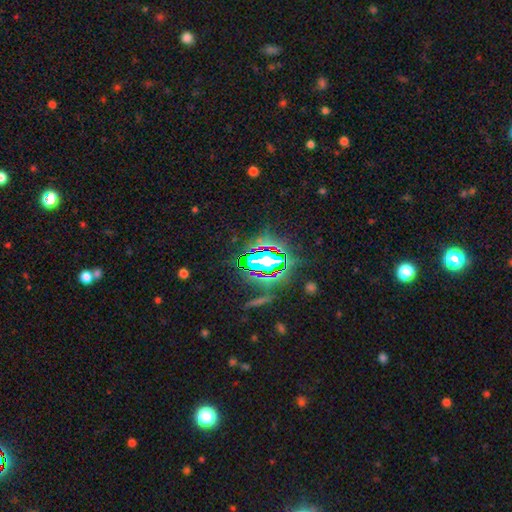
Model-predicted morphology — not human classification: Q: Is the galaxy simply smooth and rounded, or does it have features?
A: star or artifact — 81%.